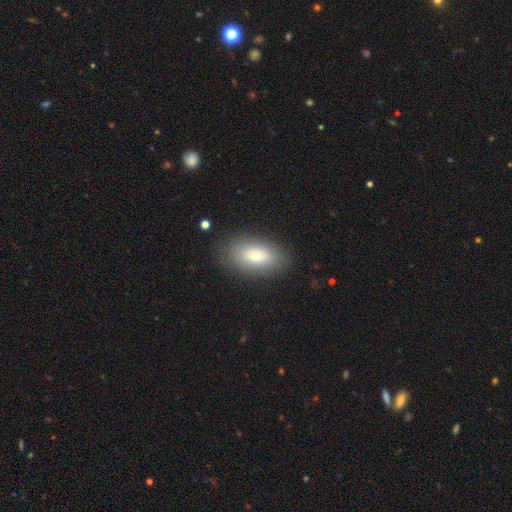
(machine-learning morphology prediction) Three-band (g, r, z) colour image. It shows a smooth galaxy with no disk features (82%) that is in between round and cigar-shaped (92%). Merging: none (83%).